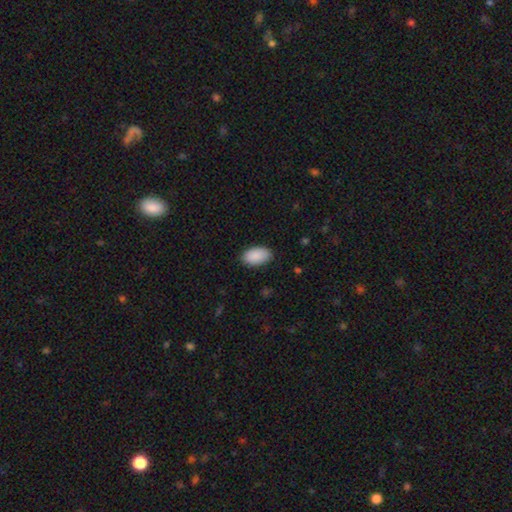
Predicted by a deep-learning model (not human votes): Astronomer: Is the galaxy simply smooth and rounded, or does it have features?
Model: smooth — 90%.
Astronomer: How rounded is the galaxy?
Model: in between — 95%.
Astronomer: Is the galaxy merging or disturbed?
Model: none — 85%.